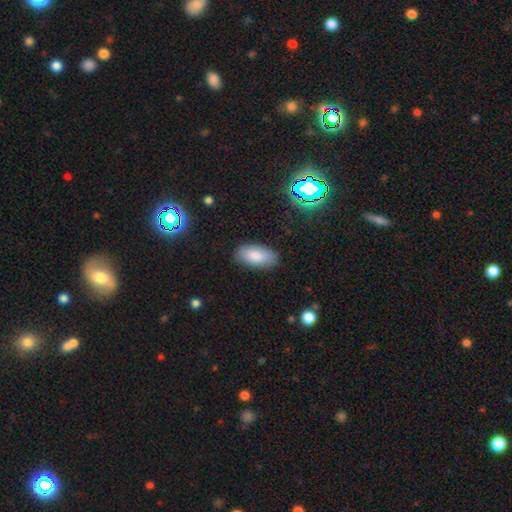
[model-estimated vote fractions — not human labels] Smooth or featured?
  - smooth: 82% *
  - featured or disk: 10%
  - star or artifact: 7%
How rounded?
  - in between: 93% *
  - cigar-shaped: 4%
  - round: 2%
Merging?
  - none: 84% *
  - minor disturbance: 12%
  - major disturbance: 3%
  - merger: 1%